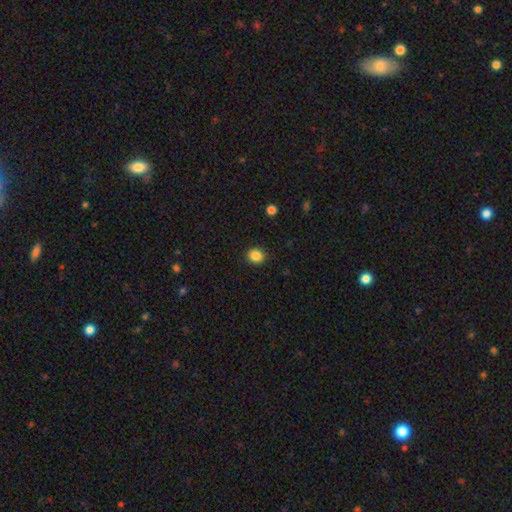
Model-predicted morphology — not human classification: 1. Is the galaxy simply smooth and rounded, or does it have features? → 86% smooth, 10% star or artifact, 4% featured or disk.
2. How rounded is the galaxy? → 76% round, 24% in between, 1% cigar-shaped.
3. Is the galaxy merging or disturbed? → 91% none, 6% minor disturbance, 2% major disturbance, 1% merger.